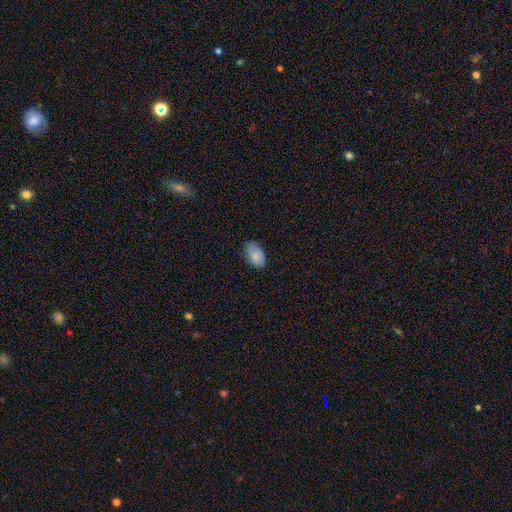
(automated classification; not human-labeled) smooth_or_featured: smooth (p=0.85) [alt: featured or disk p=0.08]
how_rounded: in between (p=0.93) [alt: round p=0.05]
merging: none (p=0.74) [alt: minor disturbance p=0.22]